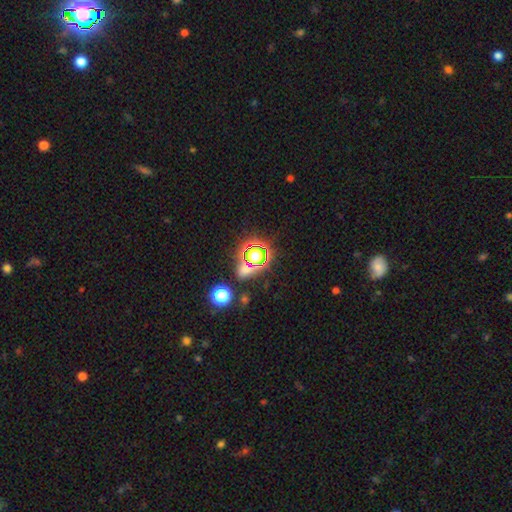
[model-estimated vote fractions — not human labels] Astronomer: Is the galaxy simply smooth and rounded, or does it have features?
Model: star or artifact — 56% (runner-up: smooth, 33%).